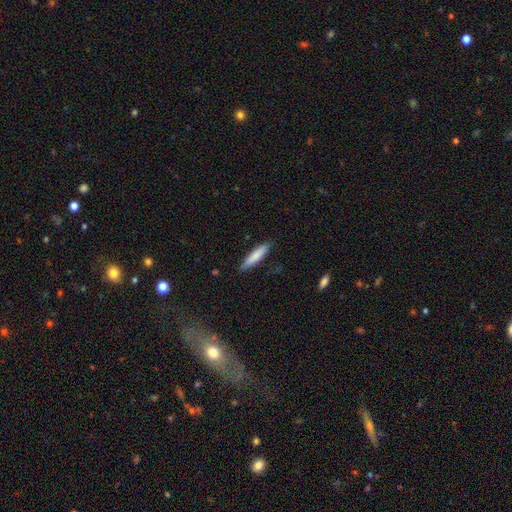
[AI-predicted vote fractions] Morphology: type=smooth (81%); roundness=cigar-shaped (83%); merging=none (86%).